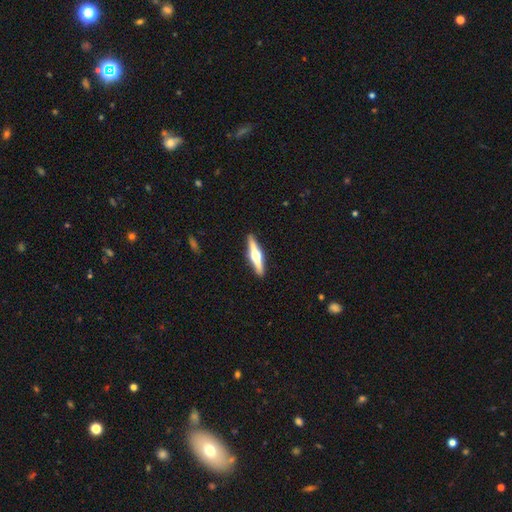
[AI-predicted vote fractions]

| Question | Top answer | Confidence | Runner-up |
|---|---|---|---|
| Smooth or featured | featured or disk | 74% | smooth (21%) |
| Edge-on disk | yes | 98% | no (2%) |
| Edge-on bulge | rounded | 96% | boxy (3%) |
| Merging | none | 92% | minor disturbance (6%) |